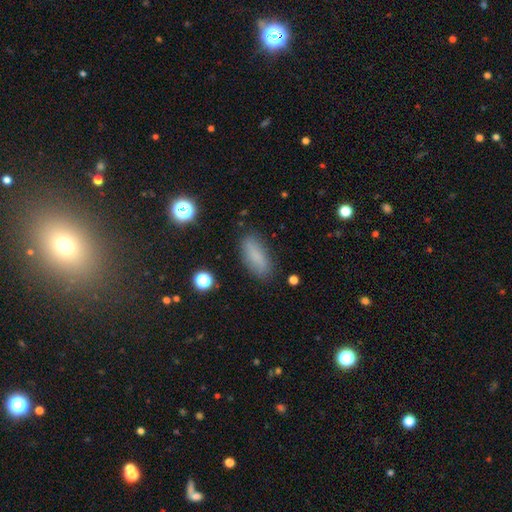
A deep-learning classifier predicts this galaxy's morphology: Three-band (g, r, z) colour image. It shows a smooth galaxy with no disk features (80%) that is in between round and cigar-shaped (69%). Merging: none (83%).